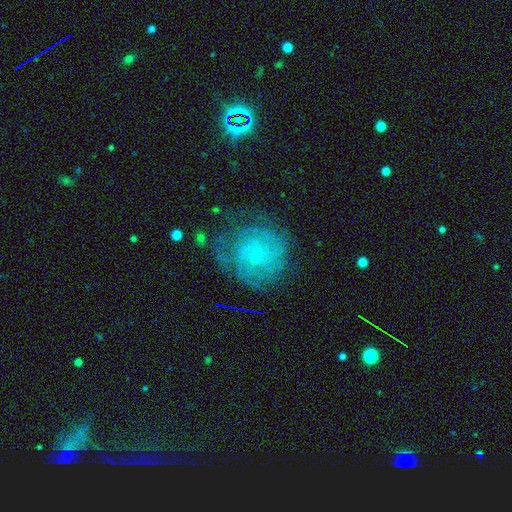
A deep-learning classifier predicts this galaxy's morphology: Smooth or featured: featured or disk — 44% (smooth — 33%)
Merging: none — 65% (minor disturbance — 20%)